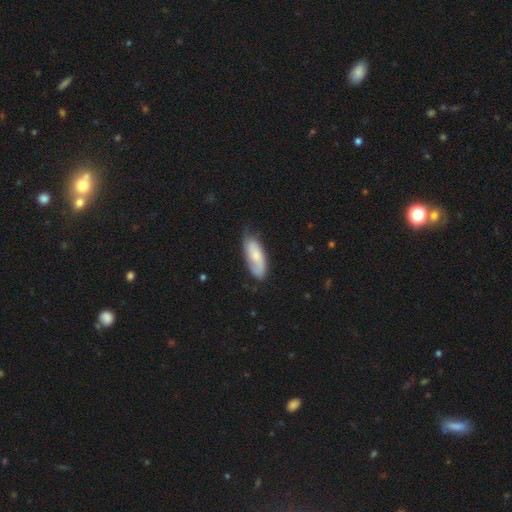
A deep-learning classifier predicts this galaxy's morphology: Overall: smooth (57%; featured or disk 37%). How rounded: in between (75%). Merging: none (64%; minor disturbance 27%).